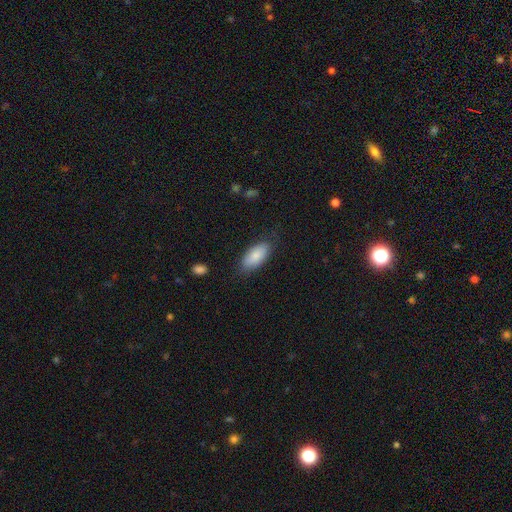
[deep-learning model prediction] A smooth galaxy with no disk features (83%) that is in between round and cigar-shaped (91%).

Vote fractions:
- Smooth or featured? smooth: 83% / featured or disk: 11% / star or artifact: 6%
- How rounded? in between: 91% / cigar-shaped: 7% / round: 2%
- Merging? none: 78% / minor disturbance: 17% / major disturbance: 4% / merger: 1%